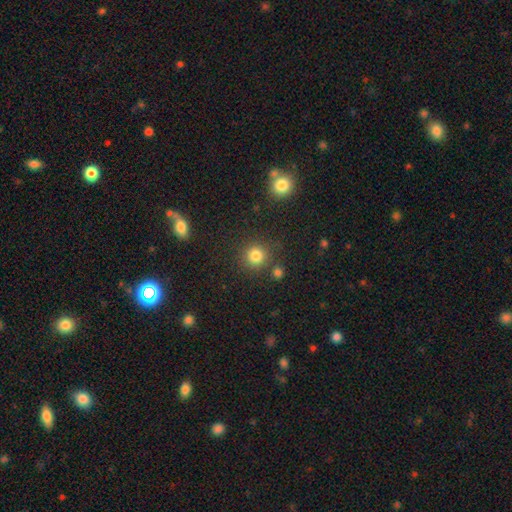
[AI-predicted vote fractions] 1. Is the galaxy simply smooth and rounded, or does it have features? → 81% smooth, 14% star or artifact, 5% featured or disk.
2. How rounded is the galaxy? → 92% round, 7% in between, 1% cigar-shaped.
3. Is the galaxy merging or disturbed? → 82% none, 8% minor disturbance, 6% merger, 4% major disturbance.